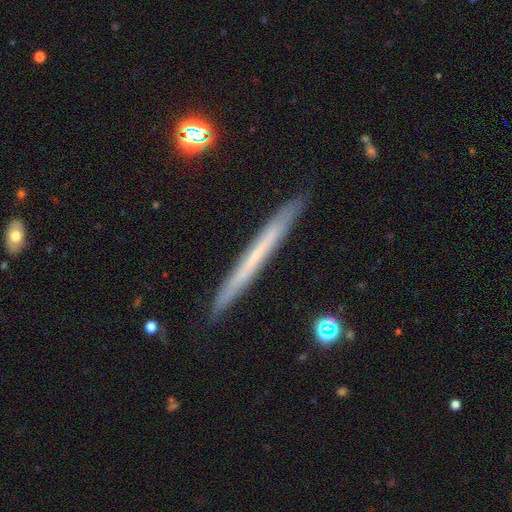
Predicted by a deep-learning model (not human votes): This is possibly a featured or disk galaxy (51%). It is clearly viewed edge-on (95%). Merging: clearly none (90%).